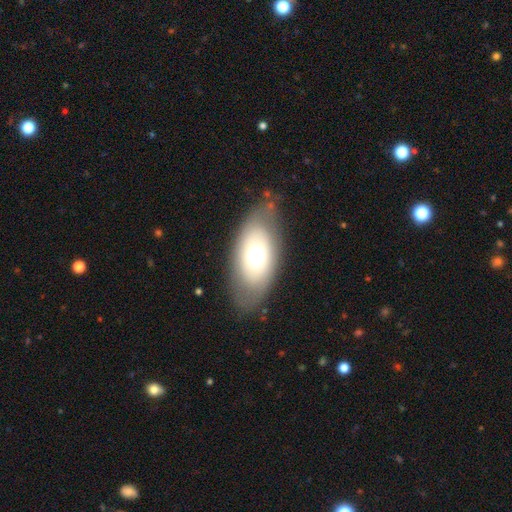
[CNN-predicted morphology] This appears to be a smooth galaxy with no disk features (55%) that is in between round and cigar-shaped (86%). Merging: none (78%).